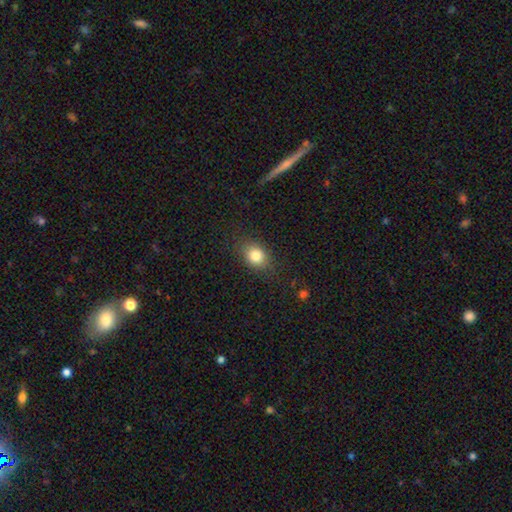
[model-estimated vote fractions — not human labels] Smooth or featured: smooth — 82% (star or artifact — 11%)
How rounded: in between — 54% (round — 45%)
Merging: none — 84% (minor disturbance — 11%)